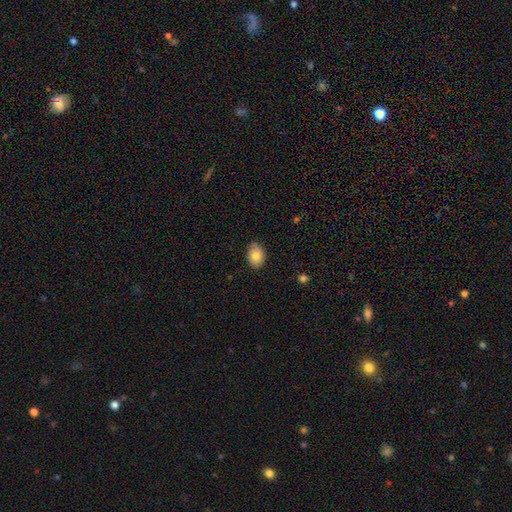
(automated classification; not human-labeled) smooth_or_featured: smooth (p=0.83) [alt: featured or disk p=0.10]
how_rounded: in between (p=0.74) [alt: round p=0.25]
merging: none (p=0.80) [alt: minor disturbance p=0.17]